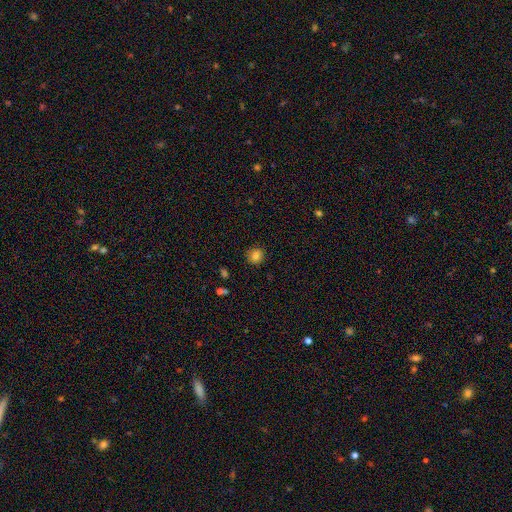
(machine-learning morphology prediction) Smooth or featured? smooth (83%)
How rounded? round (84%)
Merging? none (89%)